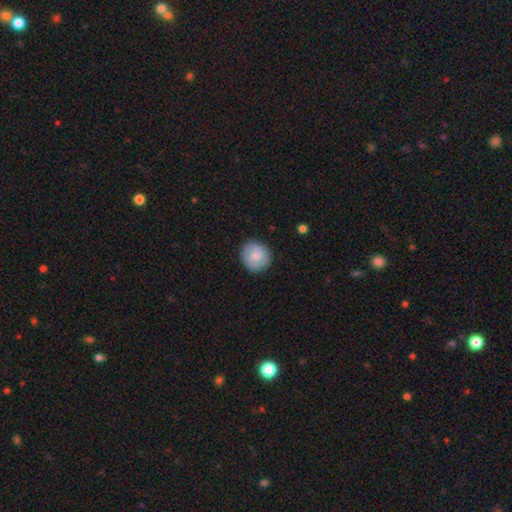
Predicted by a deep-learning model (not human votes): This appears to be a smooth galaxy with no disk features (64%) that is round (89%). Merging: none (86%).